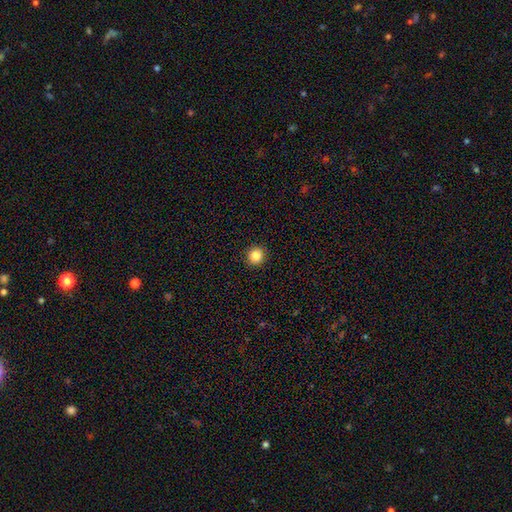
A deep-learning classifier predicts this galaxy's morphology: This is clearly a smooth galaxy (85%). How rounded: clearly round (91%). Merging: clearly none (92%).